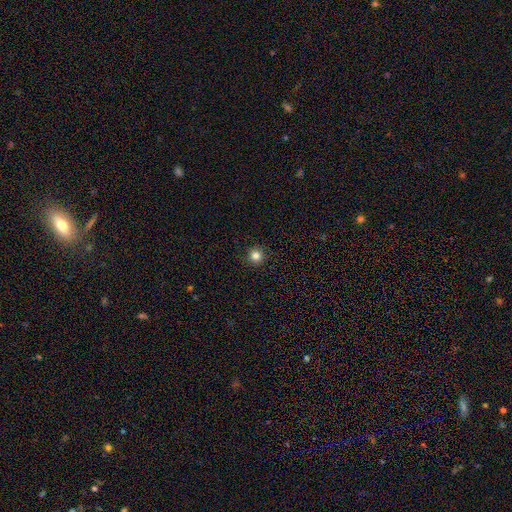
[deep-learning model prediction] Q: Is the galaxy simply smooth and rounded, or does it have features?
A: smooth — 83%.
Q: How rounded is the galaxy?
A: round — 95%.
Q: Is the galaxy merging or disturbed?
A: none — 92%.